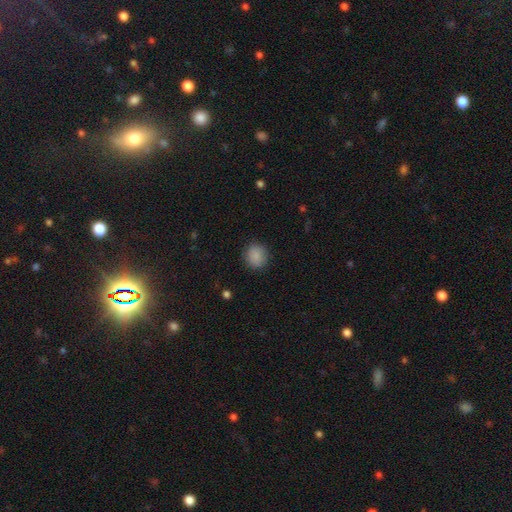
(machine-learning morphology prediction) smooth 88%, star or artifact 8%, featured or disk 4%. Down the decision tree: how rounded — round (86%); merging — none (89%).